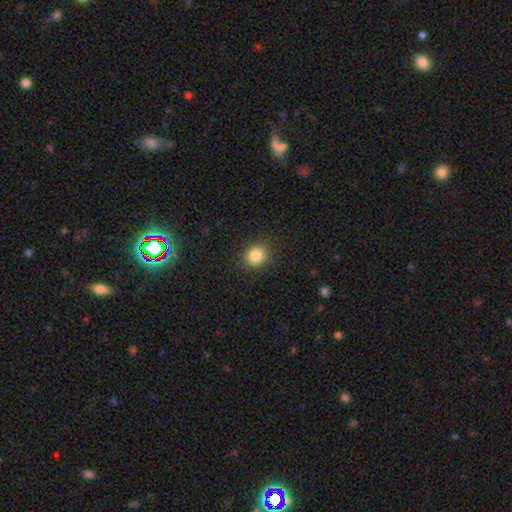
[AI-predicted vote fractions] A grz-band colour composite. It shows a smooth galaxy with no disk features (84%) that is round (78%). Merging: none (88%).